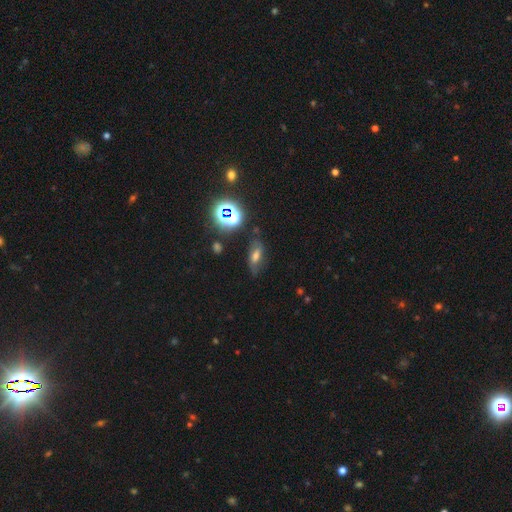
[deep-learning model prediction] A smooth galaxy with no disk features (51%) that is in between round and cigar-shaped (73%).

Vote fractions:
- Smooth or featured? smooth: 51% / featured or disk: 26% / star or artifact: 24%
- How rounded? in between: 73% / cigar-shaped: 17% / round: 9%
- Merging? none: 70% / minor disturbance: 19% / major disturbance: 7% / merger: 4%